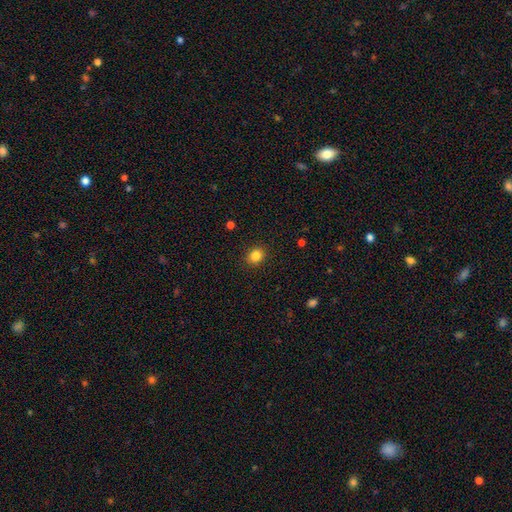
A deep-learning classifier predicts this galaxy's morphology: smooth 84%, star or artifact 11%, featured or disk 4%. Down the decision tree: how rounded — round (68%); merging — none (90%).